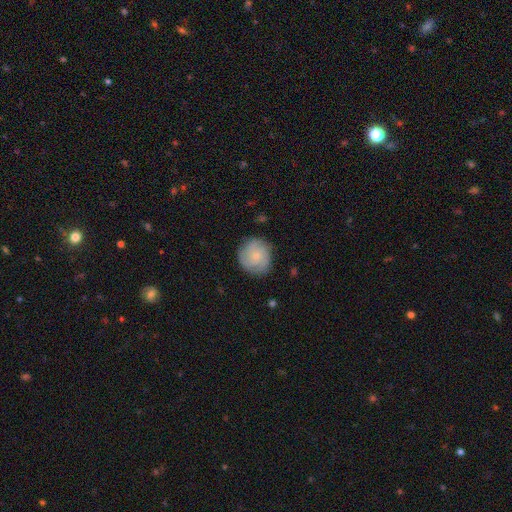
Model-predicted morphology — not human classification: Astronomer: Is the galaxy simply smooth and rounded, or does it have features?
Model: smooth — 48% (runner-up: featured or disk, 44%).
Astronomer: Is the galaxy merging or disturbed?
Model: none — 79%.